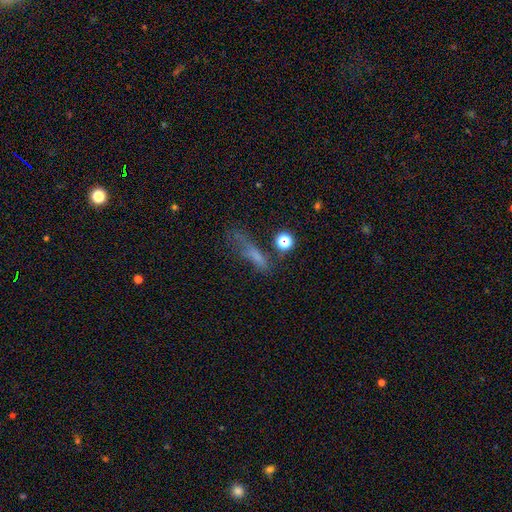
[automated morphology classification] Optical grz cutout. It shows a smooth galaxy with no disk features (57%) that is cigar-shaped (59%). Merging: none (39%).